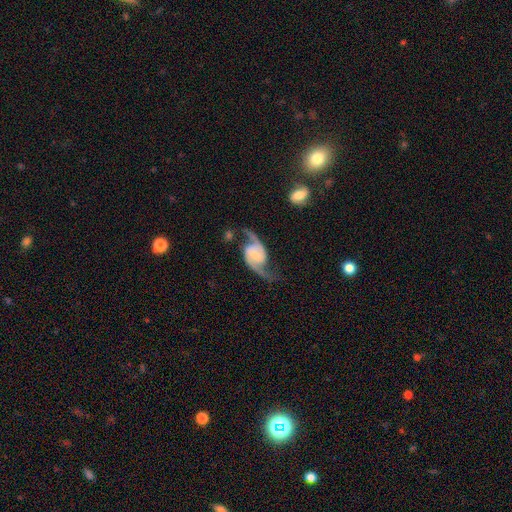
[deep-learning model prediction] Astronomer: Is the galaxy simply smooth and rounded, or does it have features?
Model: featured or disk — 91%.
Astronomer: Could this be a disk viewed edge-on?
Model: no — 97%.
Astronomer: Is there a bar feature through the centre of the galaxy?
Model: no — 50% (runner-up: weak, 37%).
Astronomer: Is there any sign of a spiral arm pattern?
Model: yes — 98%.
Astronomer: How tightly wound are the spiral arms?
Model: loose — 58% (runner-up: medium, 34%).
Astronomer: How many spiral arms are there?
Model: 2 — 94%.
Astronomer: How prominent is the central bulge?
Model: small — 49% (runner-up: moderate, 25%).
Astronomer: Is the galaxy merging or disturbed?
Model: none — 70%.